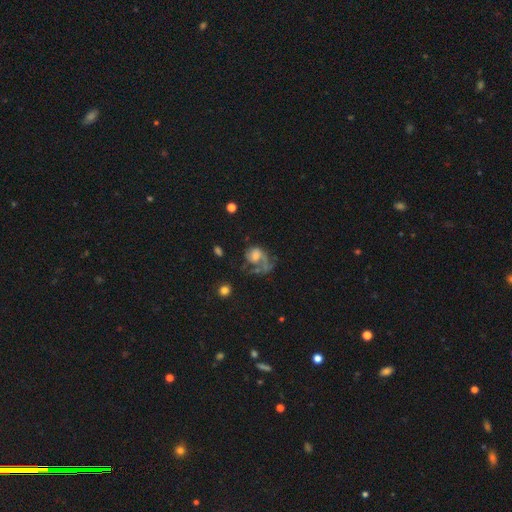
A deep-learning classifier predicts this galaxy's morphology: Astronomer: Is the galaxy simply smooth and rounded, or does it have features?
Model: featured or disk — 58%.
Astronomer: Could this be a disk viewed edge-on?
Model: no — 98%.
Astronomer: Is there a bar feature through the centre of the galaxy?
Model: no — 78%.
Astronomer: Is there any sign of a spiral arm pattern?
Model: yes — 62% (runner-up: no, 38%).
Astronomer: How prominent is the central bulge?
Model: moderate — 37% (runner-up: small, 24%).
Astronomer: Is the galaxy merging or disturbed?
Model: major disturbance — 50%.